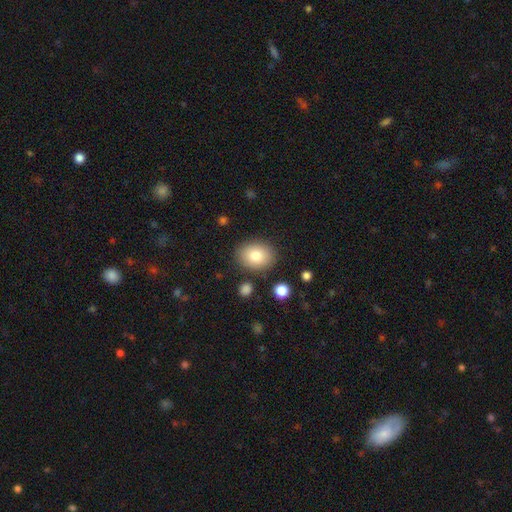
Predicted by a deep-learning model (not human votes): smooth-or-featured: smooth: 83% | featured or disk: 9% | star or artifact: 8%
  how-rounded: in between: 61% | round: 38% | cigar-shaped: 1%
  merging: none: 84% | minor disturbance: 10% | major disturbance: 3% | merger: 3%